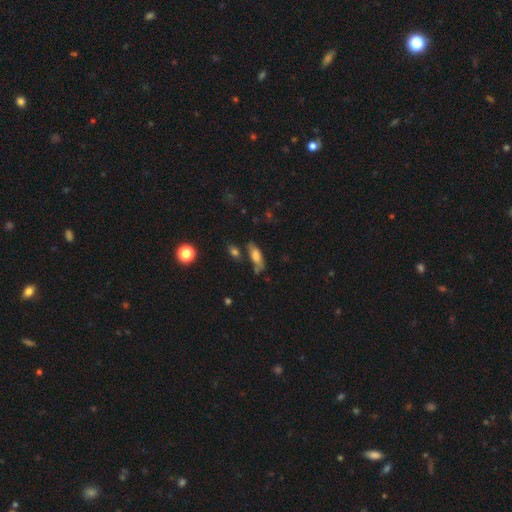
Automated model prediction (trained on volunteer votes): Smooth or featured?
  - smooth: 64% *
  - featured or disk: 24%
  - star or artifact: 11%
How rounded?
  - in between: 62% *
  - cigar-shaped: 35%
  - round: 4%
Merging?
  - none: 52% *
  - minor disturbance: 24%
  - major disturbance: 12%
  - merger: 12%